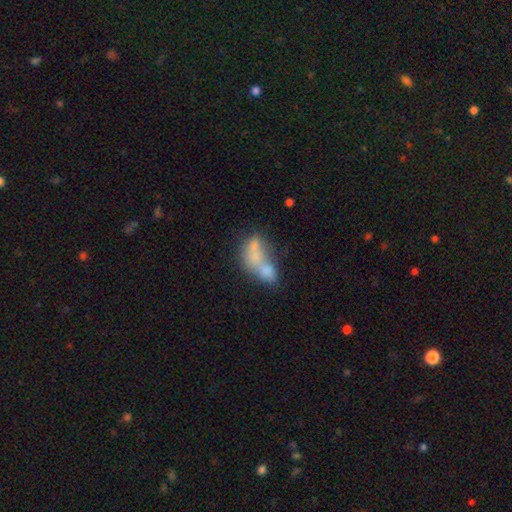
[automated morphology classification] smooth 59%, featured or disk 30%, star or artifact 10%. Down the decision tree: how rounded — in between (78%); merging — merger (69%).